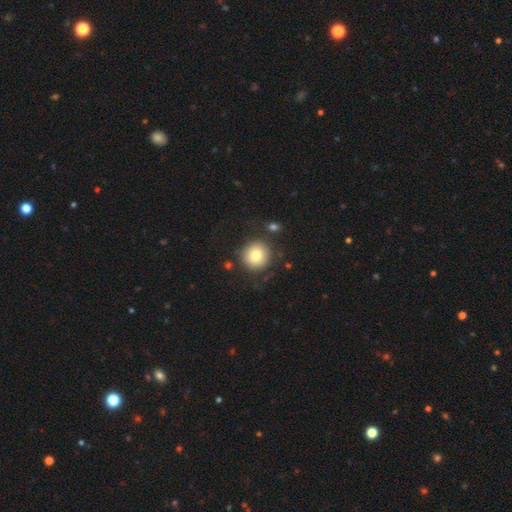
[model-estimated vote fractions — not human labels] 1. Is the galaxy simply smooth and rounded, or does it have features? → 78% smooth, 12% featured or disk, 10% star or artifact.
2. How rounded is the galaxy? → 95% round, 4% in between, 1% cigar-shaped.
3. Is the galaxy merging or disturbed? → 84% none, 9% minor disturbance, 4% major disturbance, 3% merger.